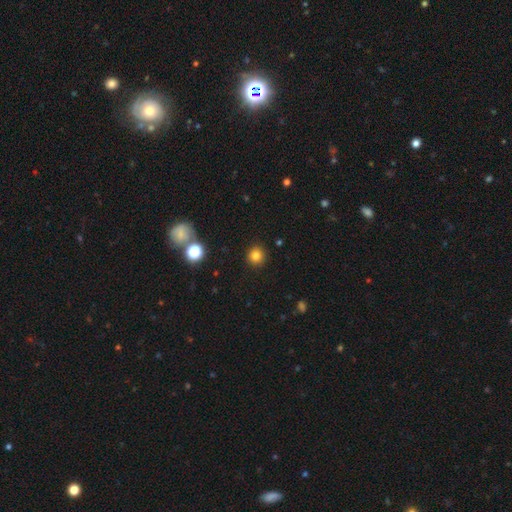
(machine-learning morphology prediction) A smooth galaxy with no disk features (81%) that is round (93%).

Vote fractions:
- Smooth or featured? smooth: 81% / star or artifact: 14% / featured or disk: 5%
- How rounded? round: 93% / in between: 6% / cigar-shaped: 1%
- Merging? none: 91% / minor disturbance: 5% / major disturbance: 2% / merger: 2%